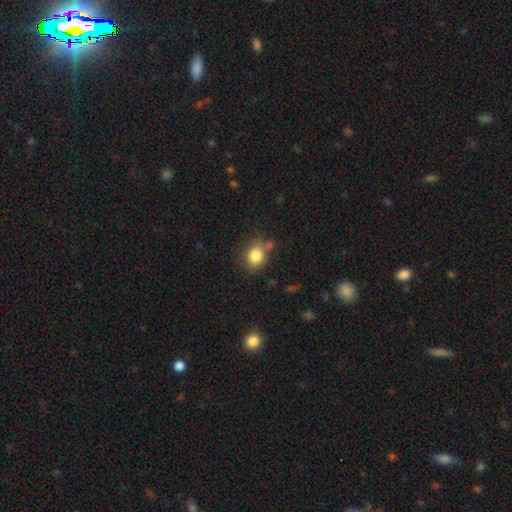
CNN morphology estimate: This appears to be a smooth galaxy with no disk features (83%) that is round (61%). Merging: none (68%).